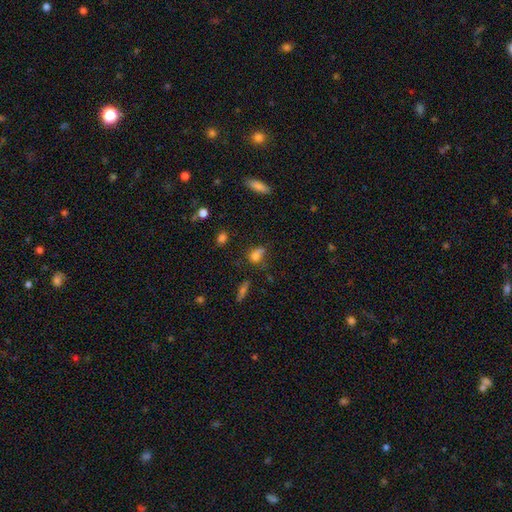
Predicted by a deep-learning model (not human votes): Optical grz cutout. It shows a smooth galaxy with no disk features (72%) that is in between round and cigar-shaped (53%). Merging: none (41%).